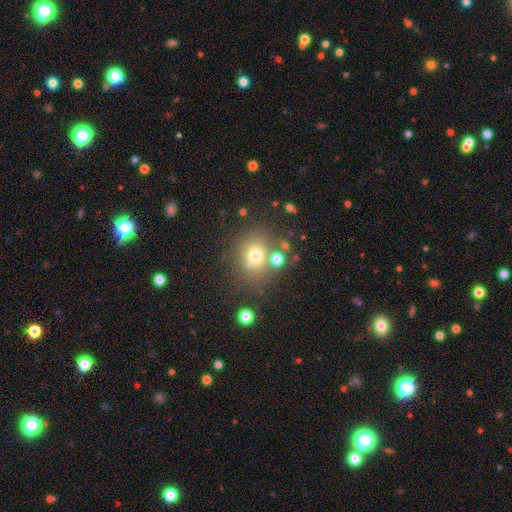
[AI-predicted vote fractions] Smooth or featured: smooth — 69% (star or artifact — 18%)
How rounded: round — 78% (in between — 21%)
Merging: none — 69% (merger — 14%)